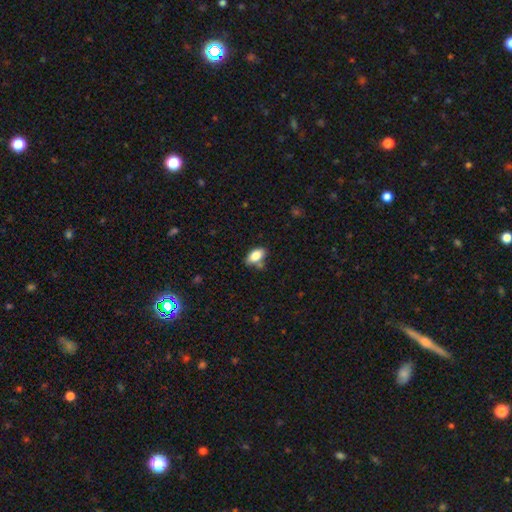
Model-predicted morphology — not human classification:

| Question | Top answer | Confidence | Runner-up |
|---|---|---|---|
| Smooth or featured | smooth | 82% | featured or disk (10%) |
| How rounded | in between | 90% | round (5%) |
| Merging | none | 67% | minor disturbance (19%) |